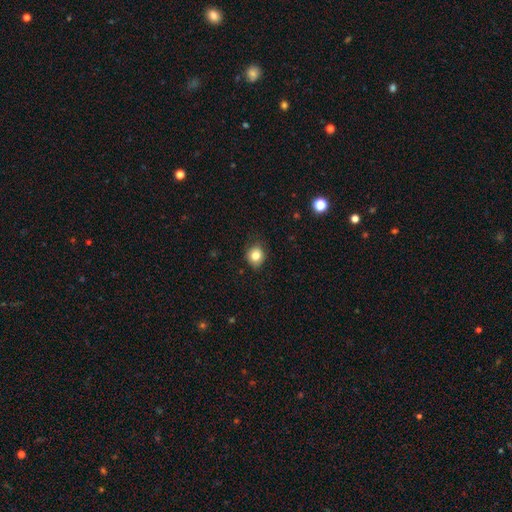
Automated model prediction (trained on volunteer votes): Morphology: type=smooth (81%); roundness=round (70%); merging=none (81%).